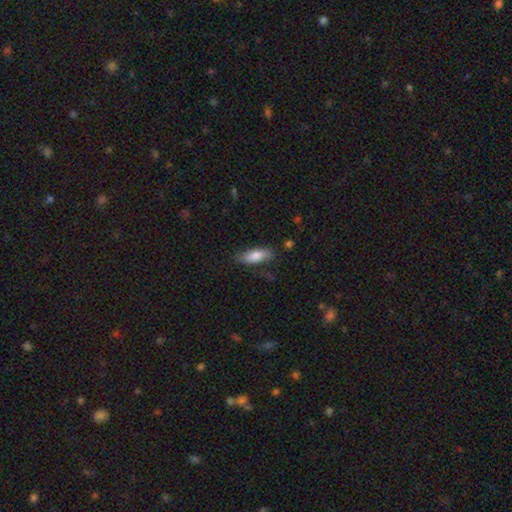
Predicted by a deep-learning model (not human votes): Q: Smooth or featured?
A: smooth (79%); runner-up: featured or disk (14%)
Q: How rounded?
A: in between (66%); runner-up: cigar-shaped (32%)
Q: Merging?
A: none (78%); runner-up: minor disturbance (16%)